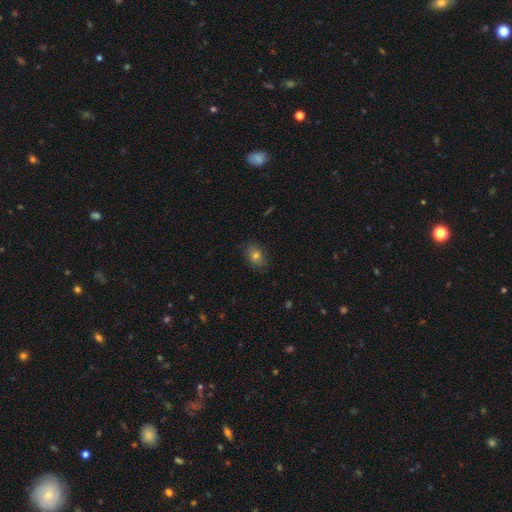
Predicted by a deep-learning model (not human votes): The model was most divided on "how rounded": in between: 73%, round: 25%, cigar-shaped: 2%. More confident: merging — none (82%); smooth or featured — smooth (74%).